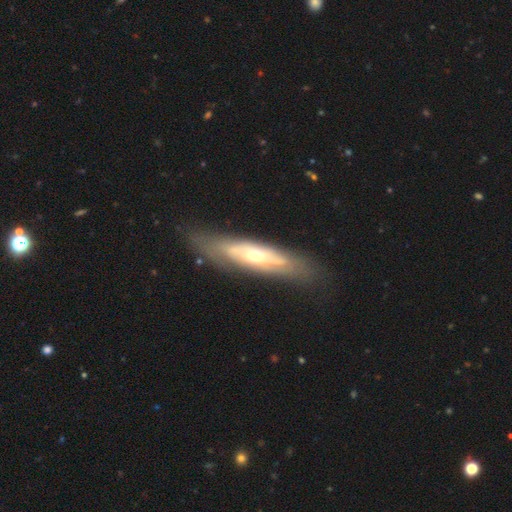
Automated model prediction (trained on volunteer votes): Smooth or featured? Predicted: featured or disk (p=0.65). Edge-on disk? Predicted: no (p=0.52). Merging? Predicted: none (p=0.78).